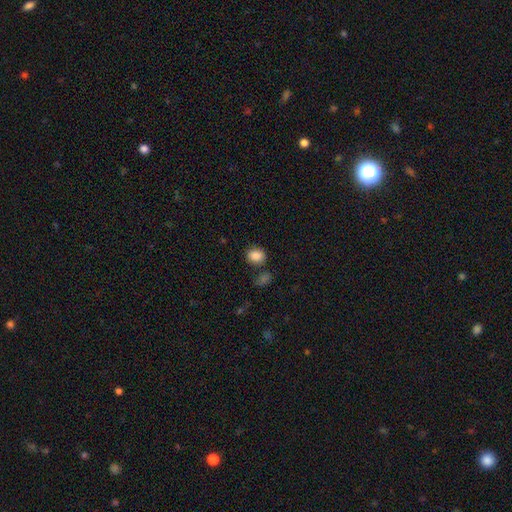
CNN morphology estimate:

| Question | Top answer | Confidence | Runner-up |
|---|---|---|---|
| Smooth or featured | smooth | 86% | star or artifact (9%) |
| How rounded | round | 52% | in between (46%) |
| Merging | none | 74% | minor disturbance (13%) |